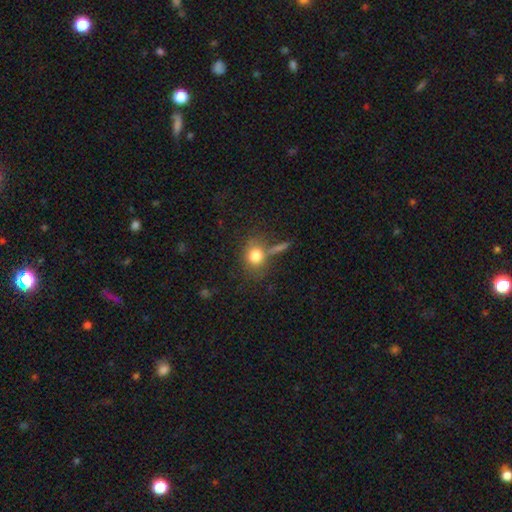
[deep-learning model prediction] Smooth or featured: smooth — 79% (star or artifact — 11%)
How rounded: round — 72% (in between — 27%)
Merging: none — 59% (merger — 18%)